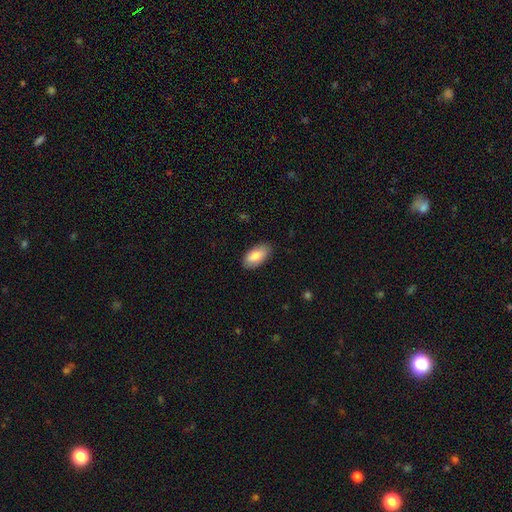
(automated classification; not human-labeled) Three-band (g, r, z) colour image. It shows a smooth galaxy with no disk features (80%) that is in between round and cigar-shaped (94%). Merging: none (87%).